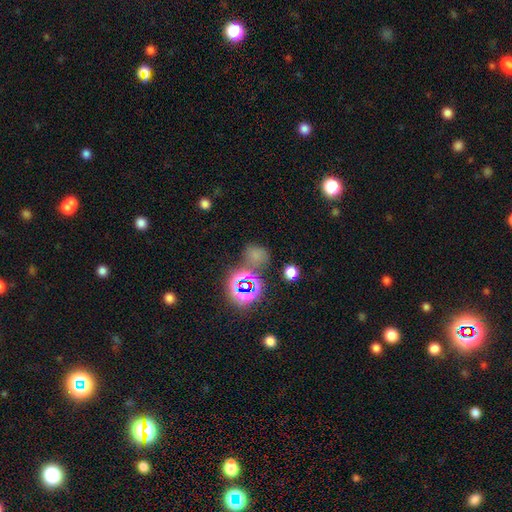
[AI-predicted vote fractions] The model was most divided on "smooth or featured": smooth: 51%, star or artifact: 41%, featured or disk: 8%. More confident: how rounded — round (67%); merging — none (57%).